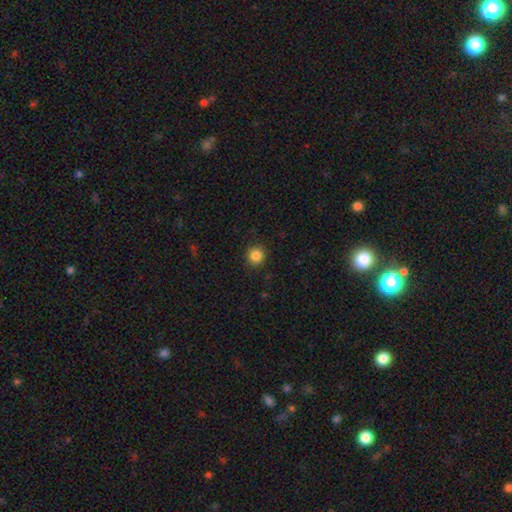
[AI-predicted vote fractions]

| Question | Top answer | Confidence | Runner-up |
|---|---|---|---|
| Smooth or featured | smooth | 85% | star or artifact (11%) |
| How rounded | round | 93% | in between (6%) |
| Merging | none | 91% | minor disturbance (6%) |